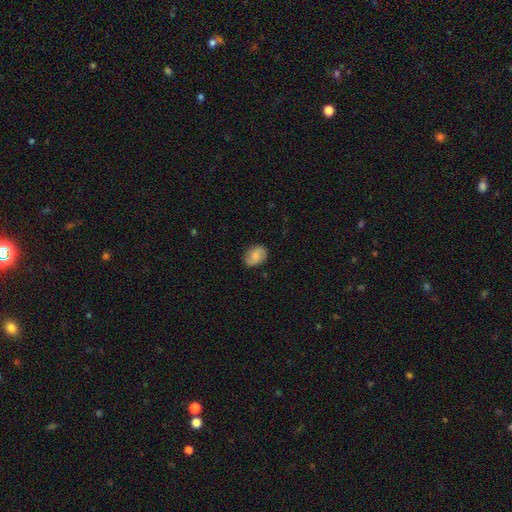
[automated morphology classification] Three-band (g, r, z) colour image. It shows a smooth galaxy with no disk features (71%) that is in between round and cigar-shaped (80%). Merging: none (80%).